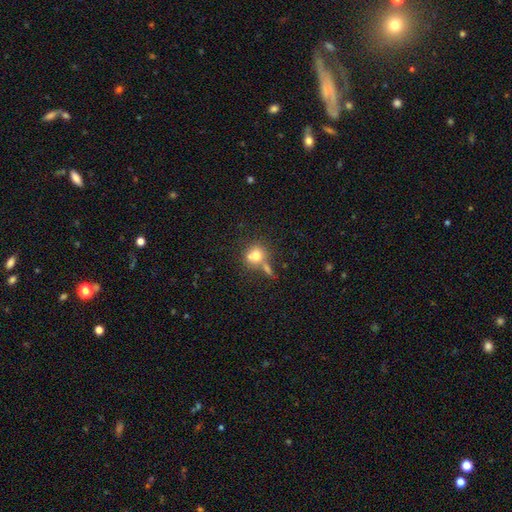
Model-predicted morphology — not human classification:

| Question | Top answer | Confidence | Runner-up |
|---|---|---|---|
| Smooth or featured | smooth | 72% | featured or disk (16%) |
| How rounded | round | 80% | in between (19%) |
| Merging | none | 45% | merger (36%) |